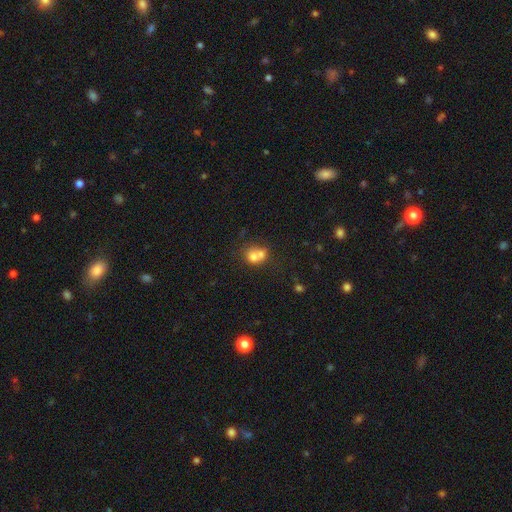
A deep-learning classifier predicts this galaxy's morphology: This is likely a smooth galaxy (68%). How rounded: likely round (69%). Merging: likely merger (64%).